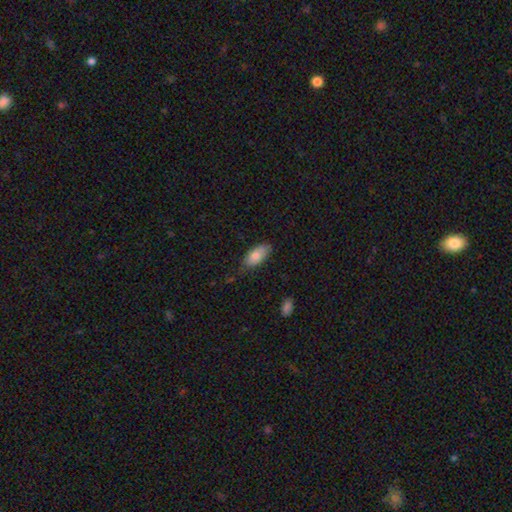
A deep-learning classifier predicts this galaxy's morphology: smooth_or_featured: smooth (p=0.82) [alt: featured or disk p=0.12]
how_rounded: in between (p=0.91) [alt: cigar-shaped p=0.07]
merging: none (p=0.70) [alt: minor disturbance p=0.24]